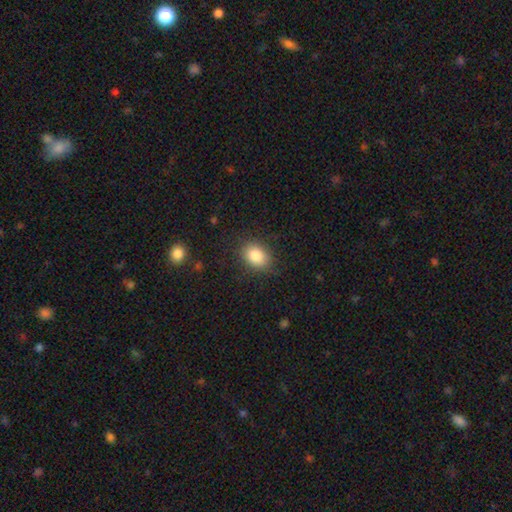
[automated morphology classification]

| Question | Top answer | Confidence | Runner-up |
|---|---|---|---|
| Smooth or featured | smooth | 85% | star or artifact (9%) |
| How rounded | in between | 66% | round (33%) |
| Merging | none | 84% | minor disturbance (11%) |